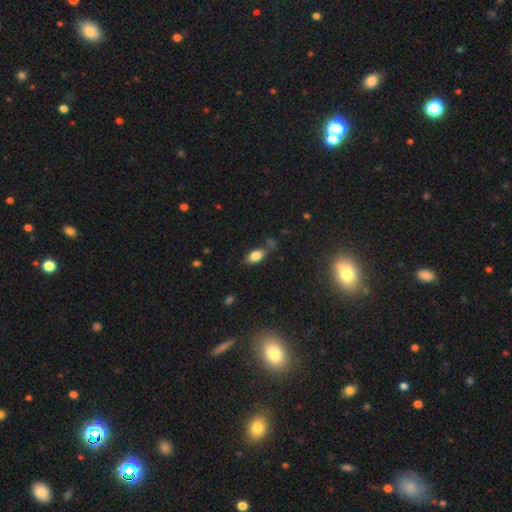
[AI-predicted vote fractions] Q: Smooth or featured?
A: smooth (81%); runner-up: featured or disk (10%)
Q: How rounded?
A: in between (90%); runner-up: cigar-shaped (6%)
Q: Merging?
A: none (66%); runner-up: minor disturbance (18%)